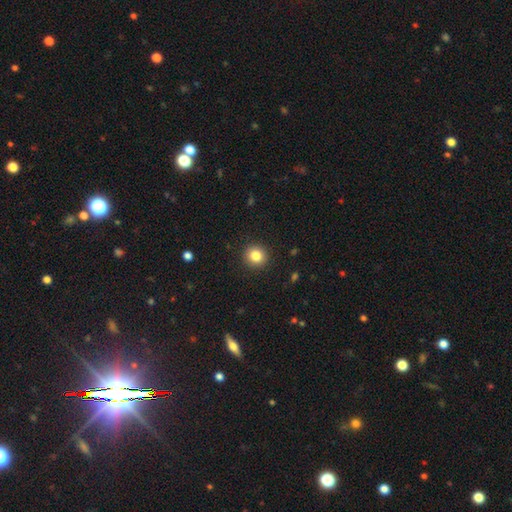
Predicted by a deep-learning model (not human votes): Smooth or featured? Predicted: smooth (p=0.83). How rounded? Predicted: round (p=0.92). Merging? Predicted: none (p=0.92).